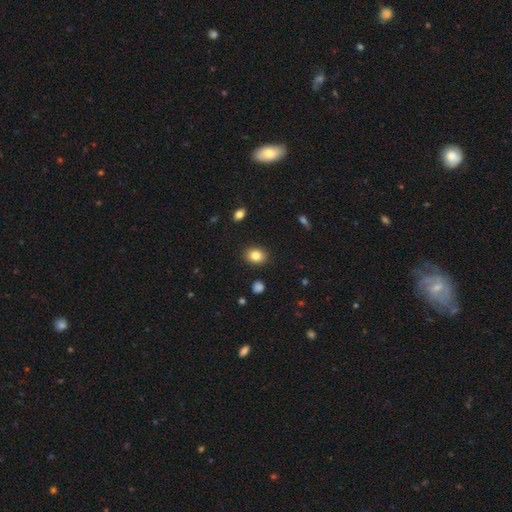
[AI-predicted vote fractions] smooth_or_featured: smooth (p=0.83) [alt: star or artifact p=0.09]
how_rounded: in between (p=0.54) [alt: round p=0.44]
merging: none (p=0.89) [alt: minor disturbance p=0.07]